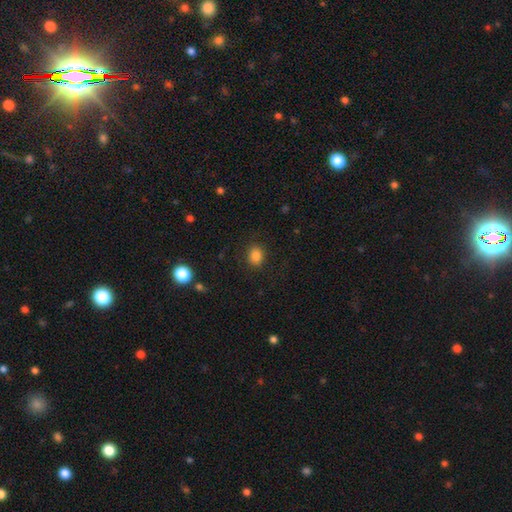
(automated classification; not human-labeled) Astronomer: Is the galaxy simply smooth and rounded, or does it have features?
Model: smooth — 85%.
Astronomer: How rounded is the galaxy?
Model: round — 54% (runner-up: in between, 45%).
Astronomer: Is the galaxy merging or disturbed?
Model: none — 86%.